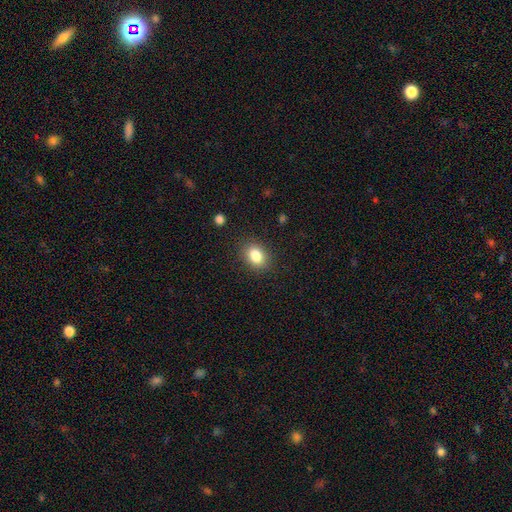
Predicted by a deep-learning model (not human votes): smooth-or-featured: smooth: 84% | star or artifact: 9% | featured or disk: 7%
  how-rounded: in between: 71% | round: 28% | cigar-shaped: 1%
  merging: none: 86% | minor disturbance: 10% | major disturbance: 3% | merger: 1%